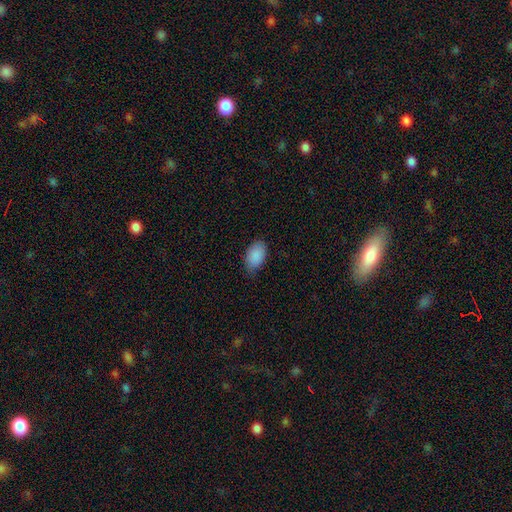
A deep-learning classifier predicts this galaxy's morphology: Smooth or featured?
  - smooth: 90% *
  - star or artifact: 6%
  - featured or disk: 4%
How rounded?
  - in between: 92% *
  - round: 6%
  - cigar-shaped: 1%
Merging?
  - none: 74% *
  - minor disturbance: 21%
  - major disturbance: 3%
  - merger: 1%